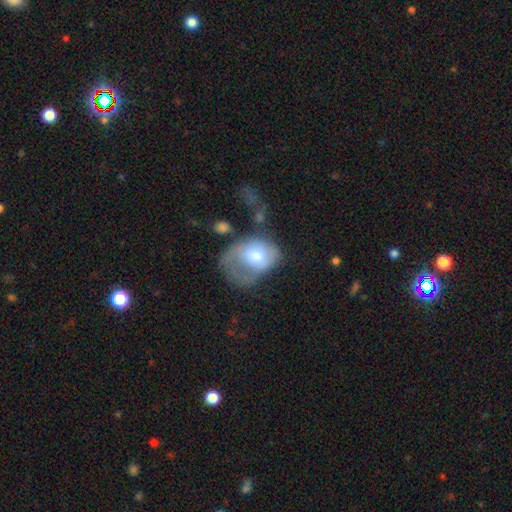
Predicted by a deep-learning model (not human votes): Smooth or featured: smooth — 59% (featured or disk — 34%)
How rounded: in between — 74% (round — 25%)
Merging: major disturbance — 47% (minor disturbance — 27%)